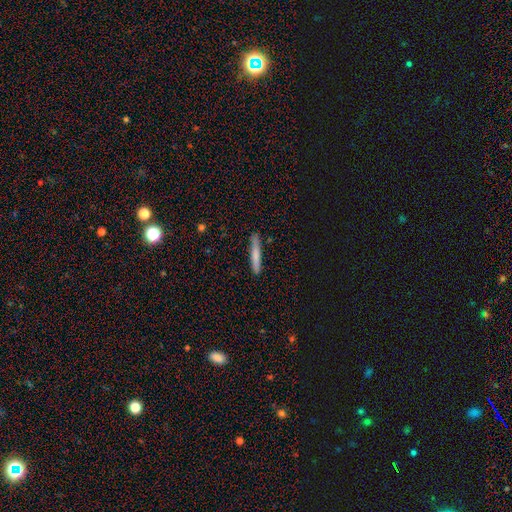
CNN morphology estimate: smooth_or_featured: smooth (p=0.75) [alt: featured or disk p=0.20]
how_rounded: cigar-shaped (p=0.95) [alt: in between p=0.04]
merging: none (p=0.87) [alt: minor disturbance p=0.10]